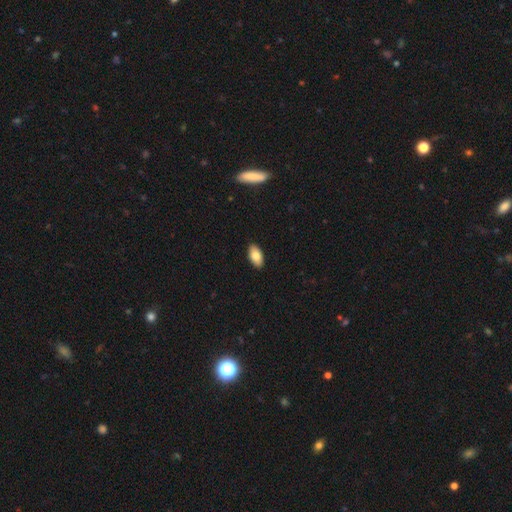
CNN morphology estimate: This is clearly a smooth galaxy (82%). How rounded: clearly in between (94%). Merging: clearly none (90%).